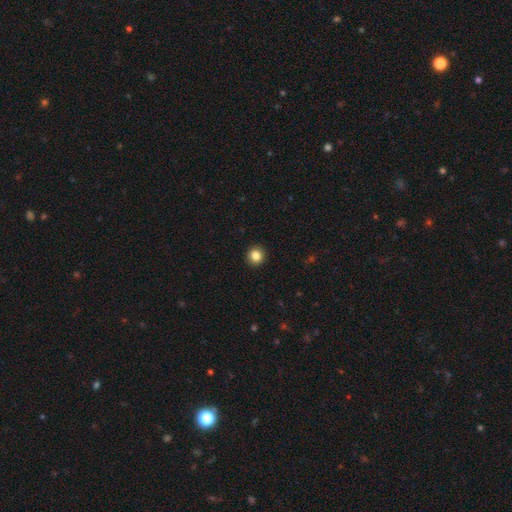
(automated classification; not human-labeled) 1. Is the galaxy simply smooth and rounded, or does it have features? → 84% smooth, 11% star or artifact, 5% featured or disk.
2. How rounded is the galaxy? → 94% round, 5% in between, 1% cigar-shaped.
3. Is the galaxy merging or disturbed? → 94% none, 4% minor disturbance, 1% major disturbance, 1% merger.